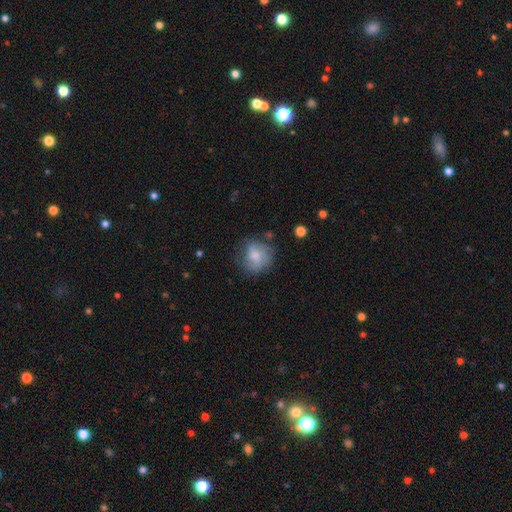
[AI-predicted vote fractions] Smooth or featured? smooth (66%)
How rounded? round (79%)
Merging? none (61%)